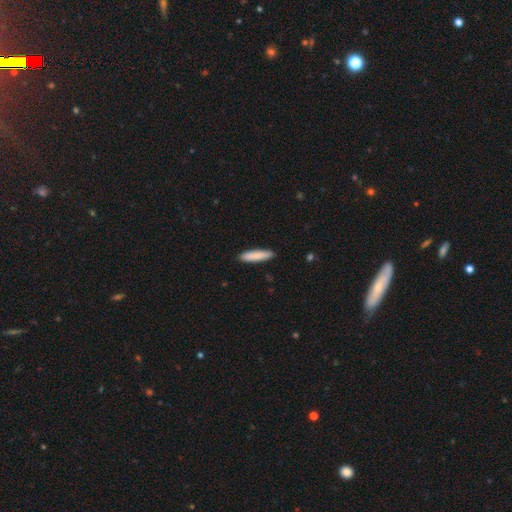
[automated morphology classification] Smooth or featured?
  - smooth: 86% *
  - featured or disk: 9%
  - star or artifact: 5%
How rounded?
  - cigar-shaped: 81% *
  - in between: 18%
  - round: 1%
Merging?
  - none: 90% *
  - minor disturbance: 8%
  - major disturbance: 1%
  - merger: 1%